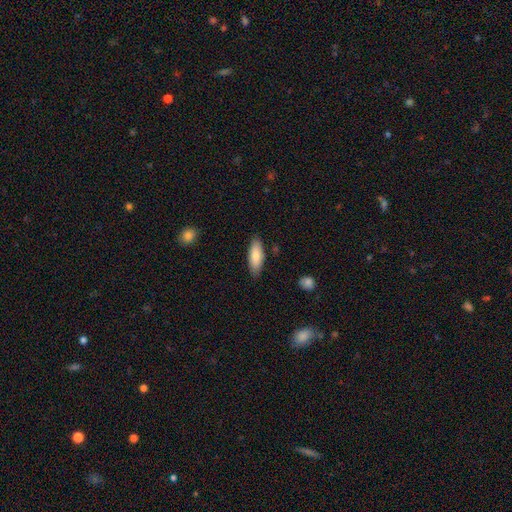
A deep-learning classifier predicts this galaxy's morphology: A smooth galaxy with no disk features (82%) that is in between round and cigar-shaped (66%).

Vote fractions:
- Smooth or featured? smooth: 82% / featured or disk: 12% / star or artifact: 6%
- How rounded? in between: 66% / cigar-shaped: 32% / round: 2%
- Merging? none: 85% / minor disturbance: 11% / major disturbance: 2% / merger: 2%